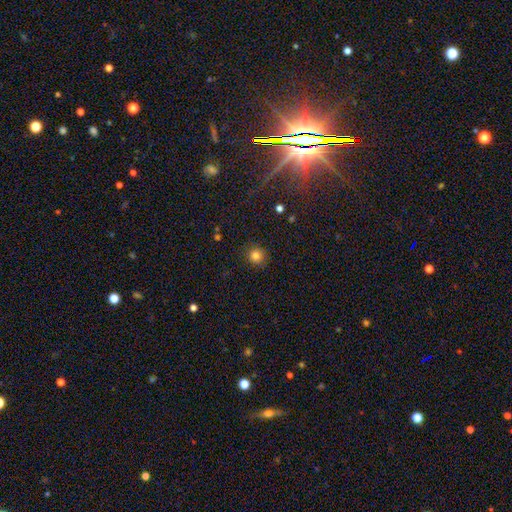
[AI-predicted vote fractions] Smooth or featured? Predicted: smooth (p=0.82). How rounded? Predicted: round (p=0.93). Merging? Predicted: none (p=0.90).